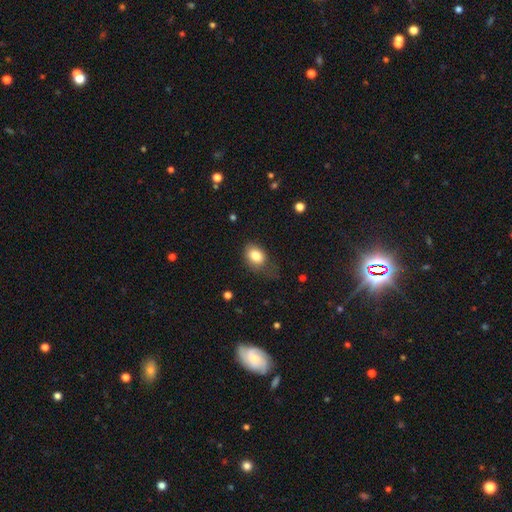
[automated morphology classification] Smooth or featured: smooth — 82% (featured or disk — 10%)
How rounded: in between — 77% (round — 22%)
Merging: none — 54% (minor disturbance — 29%)